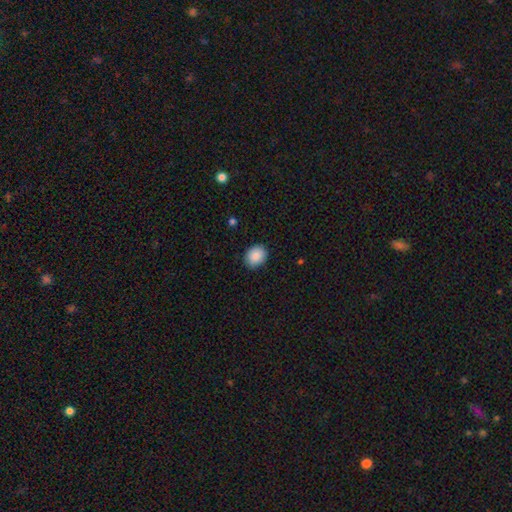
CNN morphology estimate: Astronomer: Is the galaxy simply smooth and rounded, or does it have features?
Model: smooth — 89%.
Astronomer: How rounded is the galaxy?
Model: round — 52% (runner-up: in between, 48%).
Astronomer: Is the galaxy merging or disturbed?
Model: none — 87%.